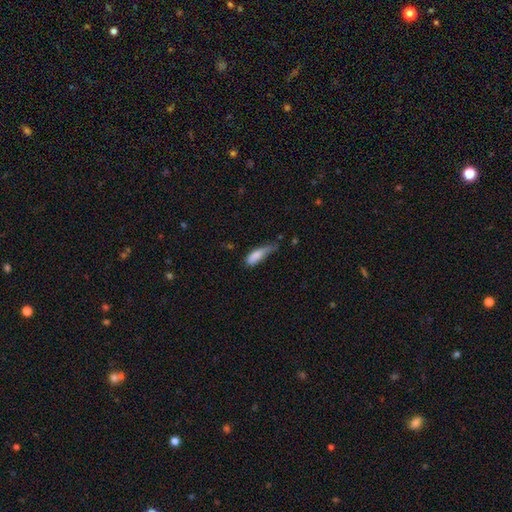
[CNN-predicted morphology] smooth-or-featured: smooth: 80% | featured or disk: 13% | star or artifact: 8%
  how-rounded: in between: 53% | cigar-shaped: 44% | round: 3%
  merging: minor disturbance: 43% | major disturbance: 27% | none: 25% | merger: 5%